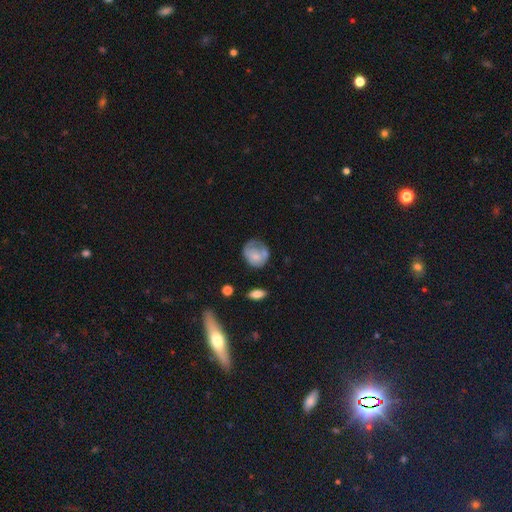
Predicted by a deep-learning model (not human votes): Smooth or featured? Predicted: smooth (p=0.55). How rounded? Predicted: round (p=0.68). Merging? Predicted: none (p=0.44).